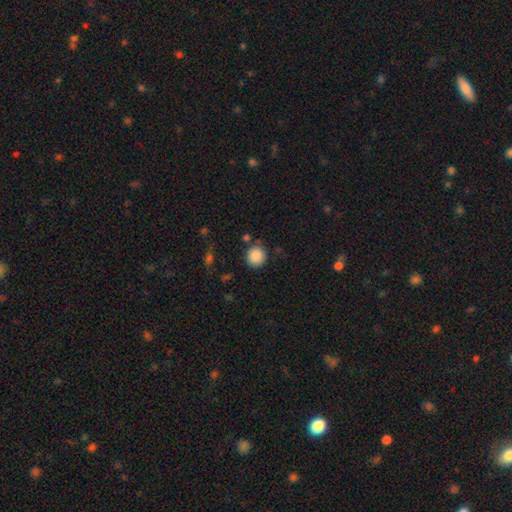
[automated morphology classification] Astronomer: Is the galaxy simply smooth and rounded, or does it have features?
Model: smooth — 88%.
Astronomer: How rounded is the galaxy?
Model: round — 92%.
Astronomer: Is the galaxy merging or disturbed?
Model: none — 83%.